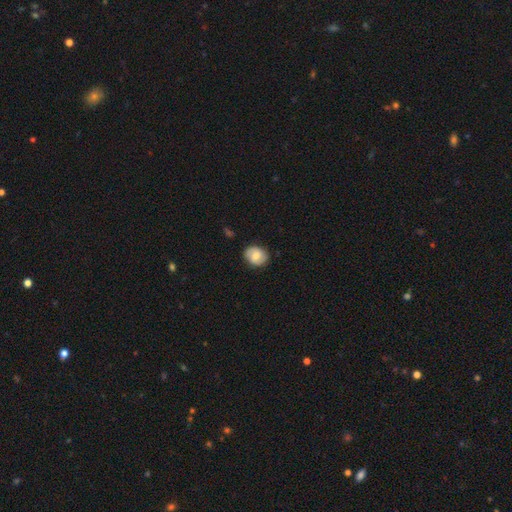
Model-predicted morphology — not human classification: Smooth or featured?
  - smooth: 54% *
  - featured or disk: 39%
  - star or artifact: 8%
How rounded?
  - round: 62% *
  - in between: 37%
  - cigar-shaped: 1%
Merging?
  - none: 83% *
  - minor disturbance: 13%
  - major disturbance: 3%
  - merger: 1%